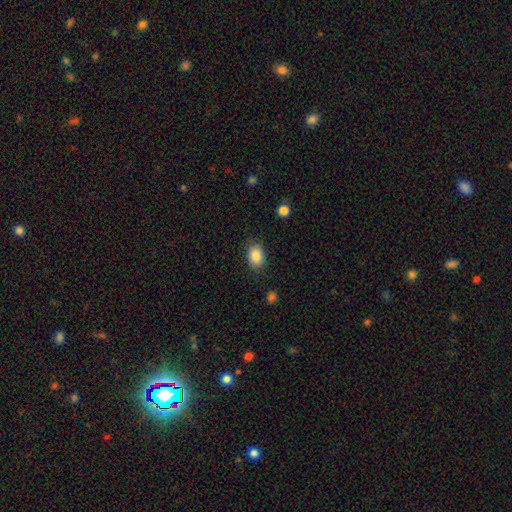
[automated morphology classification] Smooth or featured: smooth — 87% (star or artifact — 8%)
How rounded: in between — 77% (round — 22%)
Merging: none — 84% (minor disturbance — 11%)